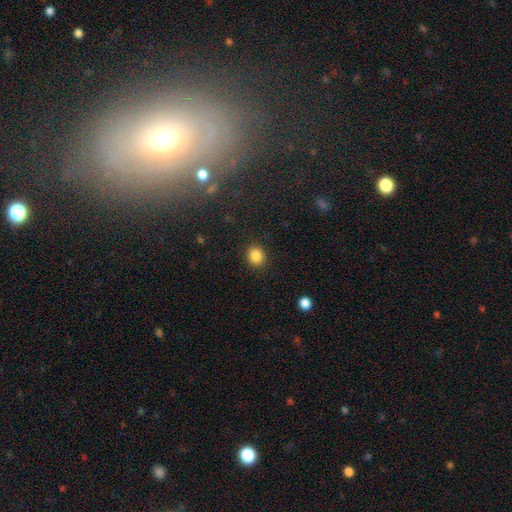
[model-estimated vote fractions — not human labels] Morphology: type=smooth (86%); roundness=round (73%); merging=none (89%).